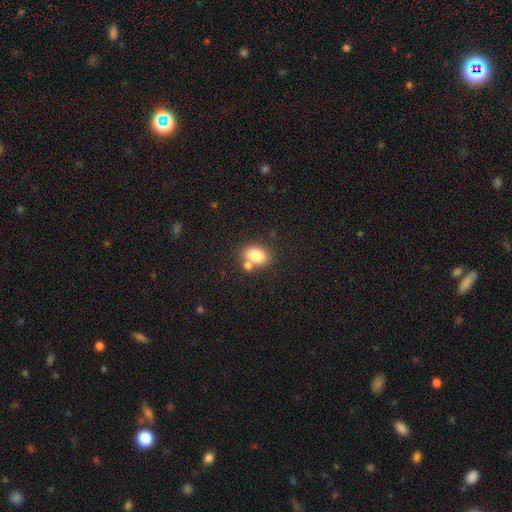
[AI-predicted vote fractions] smooth 81%, featured or disk 10%, star or artifact 9%. Down the decision tree: how rounded — in between (71%); merging — none (60%).